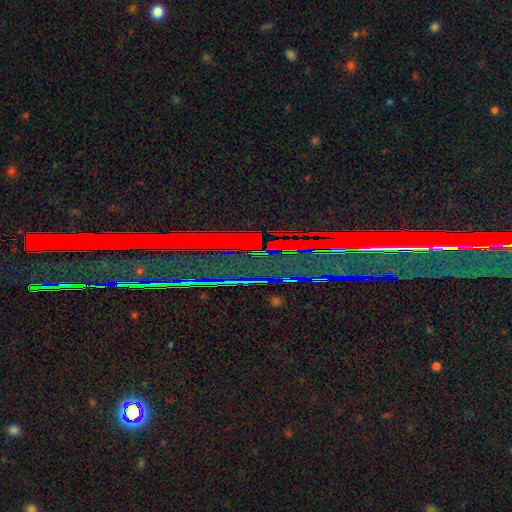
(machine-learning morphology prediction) This appears to be a star or artifact, not a galaxy (82%).